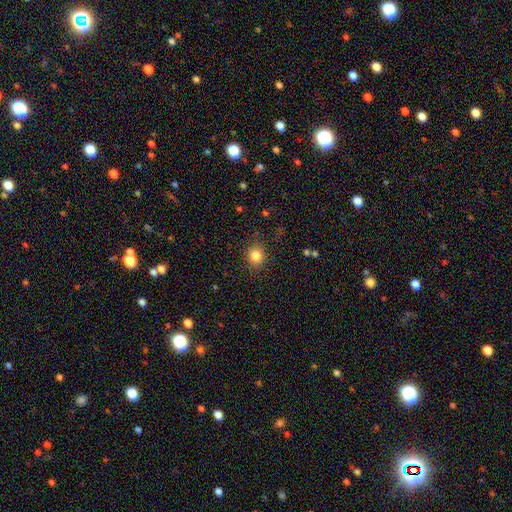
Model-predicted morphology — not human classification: Q: Smooth or featured?
A: smooth (84%); runner-up: star or artifact (11%)
Q: How rounded?
A: round (77%); runner-up: in between (22%)
Q: Merging?
A: none (87%); runner-up: minor disturbance (9%)